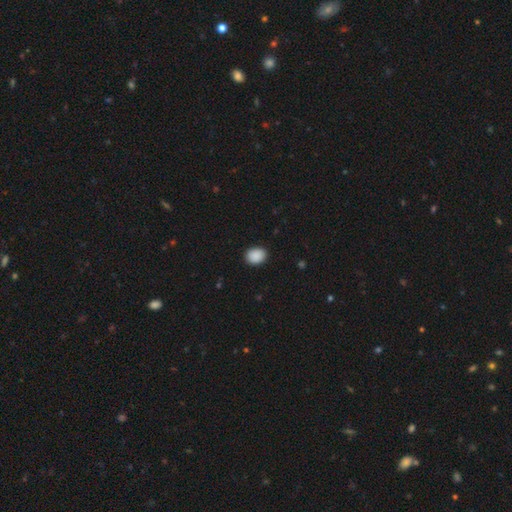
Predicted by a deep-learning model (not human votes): A smooth galaxy with no disk features (90%) that is in between round and cigar-shaped (56%). Merging: none (89%).